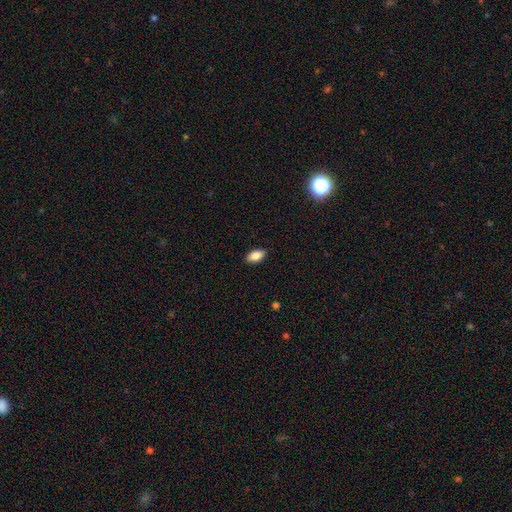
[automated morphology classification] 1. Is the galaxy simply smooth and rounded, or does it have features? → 88% smooth, 7% star or artifact, 5% featured or disk.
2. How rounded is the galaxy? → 93% in between, 4% cigar-shaped, 3% round.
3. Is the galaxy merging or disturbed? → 89% none, 8% minor disturbance, 2% major disturbance, 1% merger.